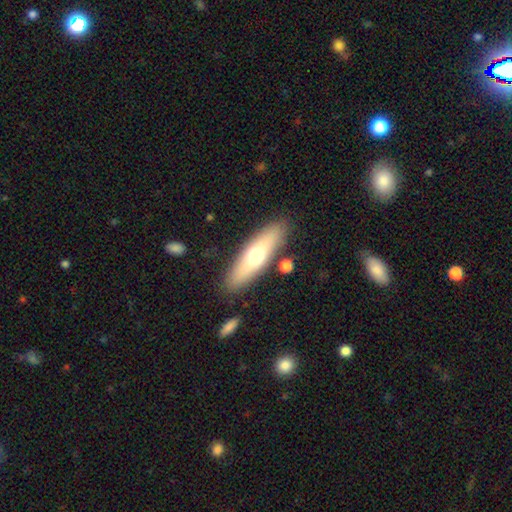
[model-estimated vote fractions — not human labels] Morphology: type=smooth (59%); roundness=cigar-shaped (54%); merging=none (85%).